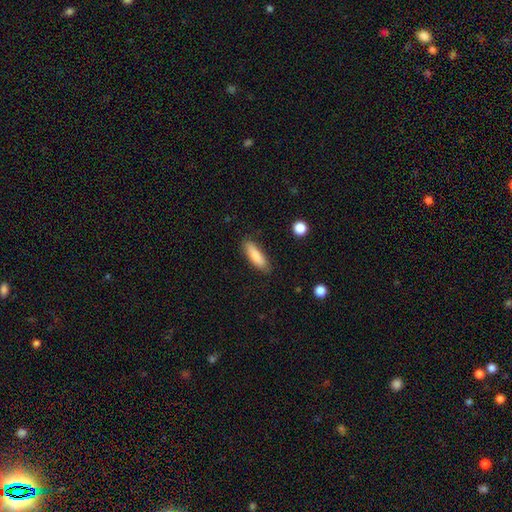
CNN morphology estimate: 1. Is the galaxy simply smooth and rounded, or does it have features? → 84% smooth, 10% featured or disk, 6% star or artifact.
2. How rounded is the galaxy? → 53% cigar-shaped, 45% in between, 2% round.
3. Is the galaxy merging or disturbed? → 84% none, 12% minor disturbance, 3% major disturbance, 1% merger.